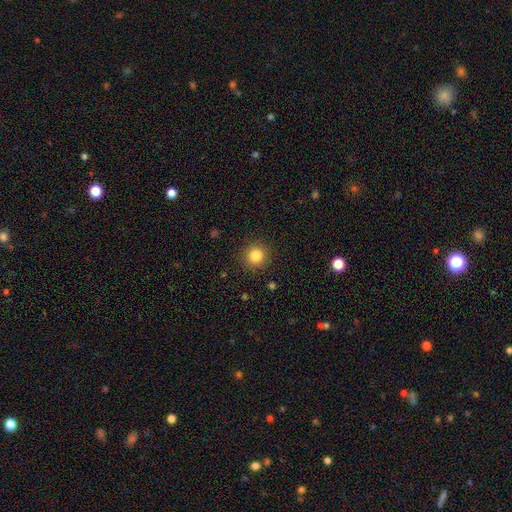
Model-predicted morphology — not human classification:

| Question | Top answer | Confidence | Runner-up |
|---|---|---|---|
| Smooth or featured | smooth | 84% | star or artifact (11%) |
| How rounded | round | 94% | in between (5%) |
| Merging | none | 91% | minor disturbance (6%) |